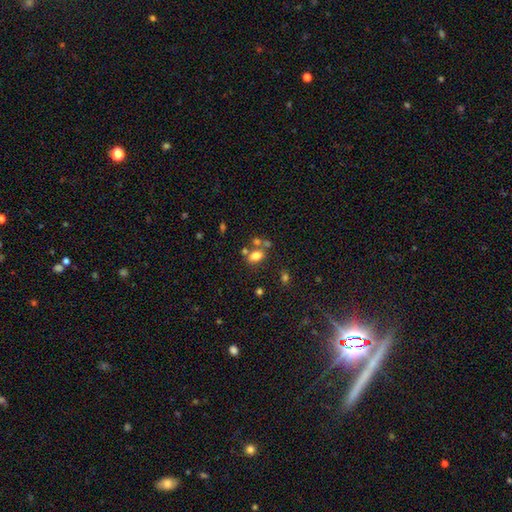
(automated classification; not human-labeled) smooth 77%, star or artifact 12%, featured or disk 11%. Down the decision tree: how rounded — in between (83%); merging — none (55%).